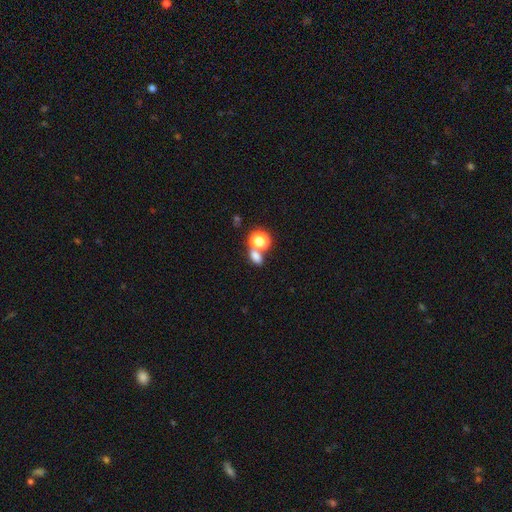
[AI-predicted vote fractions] smooth_or_featured: smooth (p=0.72) [alt: star or artifact p=0.19]
how_rounded: in between (p=0.65) [alt: round p=0.32]
merging: none (p=0.51) [alt: merger p=0.35]